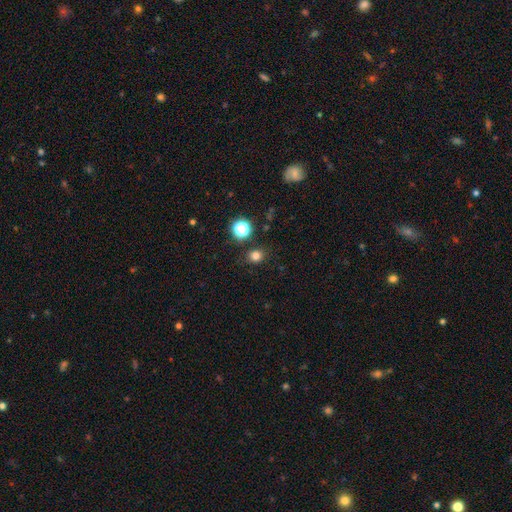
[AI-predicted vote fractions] smooth_or_featured: smooth (p=0.77) [alt: star or artifact p=0.18]
how_rounded: round (p=0.79) [alt: in between p=0.21]
merging: none (p=0.85) [alt: minor disturbance p=0.09]